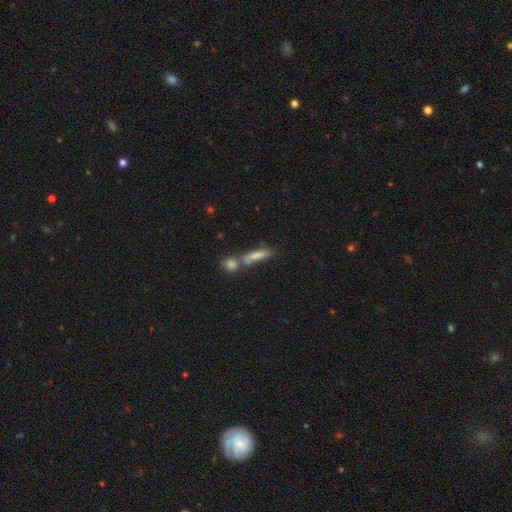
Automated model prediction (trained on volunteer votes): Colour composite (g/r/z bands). It shows a smooth galaxy with no disk features (62%) that is cigar-shaped (69%). Merging: none (51%).